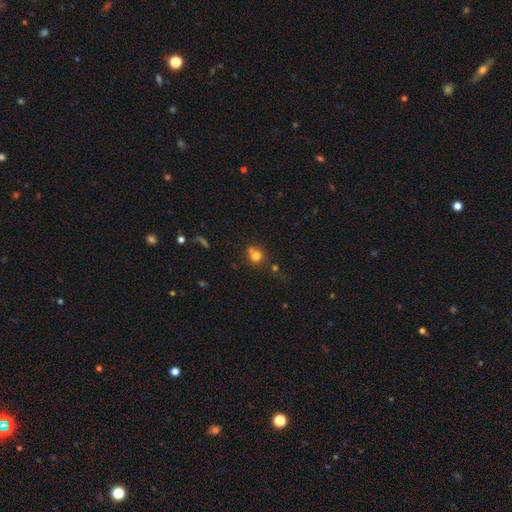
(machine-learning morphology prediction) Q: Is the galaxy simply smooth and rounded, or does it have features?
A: smooth — 75%.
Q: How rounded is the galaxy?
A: round — 87%.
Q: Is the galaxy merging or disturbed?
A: none — 59%.